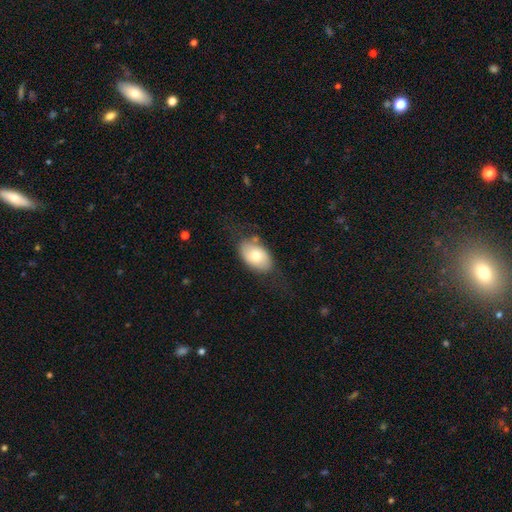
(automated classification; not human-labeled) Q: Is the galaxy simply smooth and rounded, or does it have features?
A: smooth — 69%.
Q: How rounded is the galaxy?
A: in between — 90%.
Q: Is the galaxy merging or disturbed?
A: none — 69%.